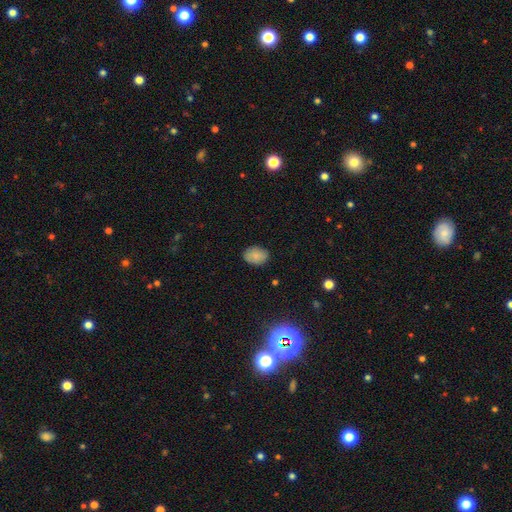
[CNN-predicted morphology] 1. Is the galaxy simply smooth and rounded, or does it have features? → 83% smooth, 10% star or artifact, 7% featured or disk.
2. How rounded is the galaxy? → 78% in between, 21% round, 1% cigar-shaped.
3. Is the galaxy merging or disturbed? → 84% none, 12% minor disturbance, 3% major disturbance, 1% merger.